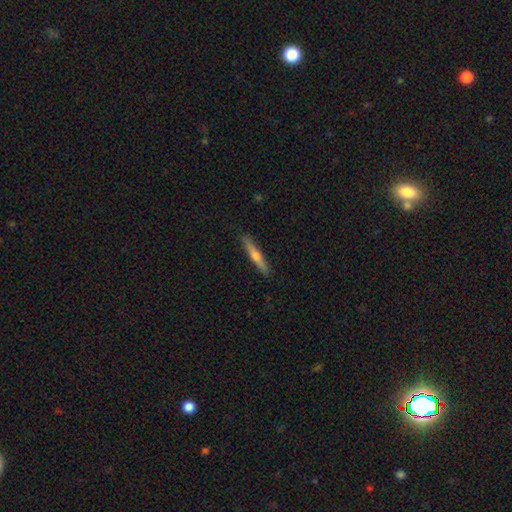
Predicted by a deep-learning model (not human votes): featured or disk 54%, smooth 40%, star or artifact 6%. Down the decision tree: edge-on disk — yes (97%); edge-on bulge — rounded (84%); merging — none (91%).